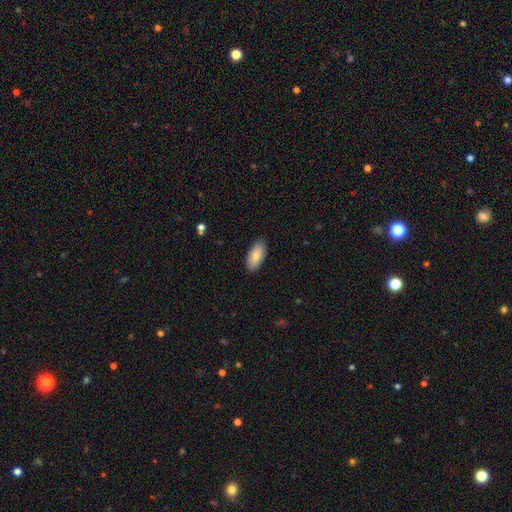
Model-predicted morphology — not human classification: A smooth galaxy with no disk features (86%) that is in between round and cigar-shaped (91%). Merging: none (88%).